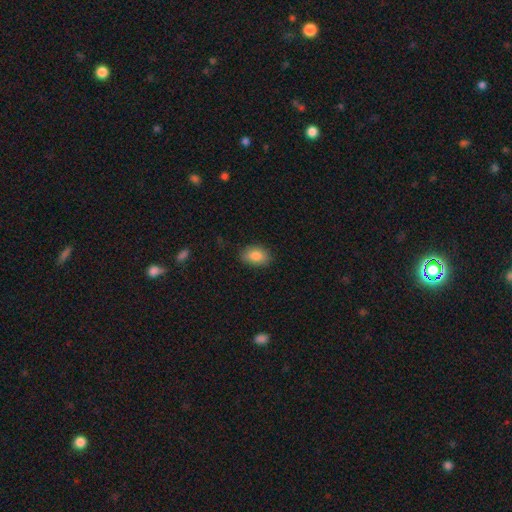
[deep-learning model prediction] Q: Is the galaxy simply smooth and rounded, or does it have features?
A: smooth — 86%.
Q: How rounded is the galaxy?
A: in between — 86%.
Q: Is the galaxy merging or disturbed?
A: none — 83%.